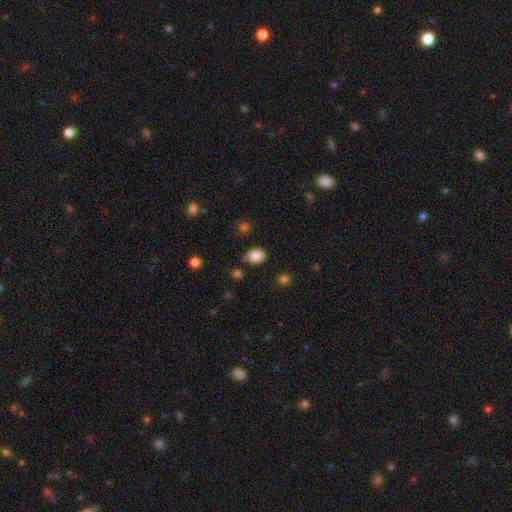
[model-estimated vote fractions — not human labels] Morphology: type=smooth (85%); roundness=in between (58%); merging=none (72%).